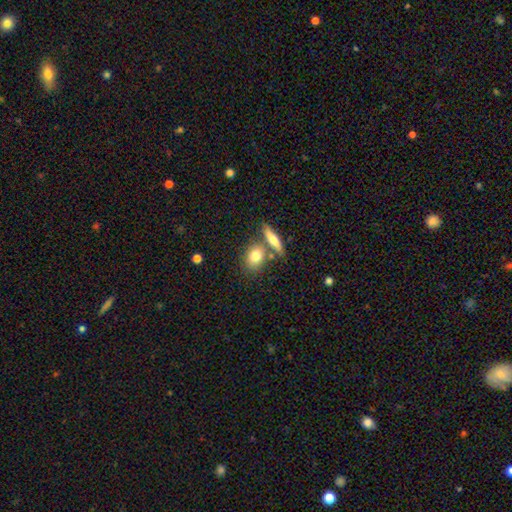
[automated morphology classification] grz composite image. It shows a smooth galaxy with no disk features (77%) that is in between round and cigar-shaped (64%). Merging: none (57%).